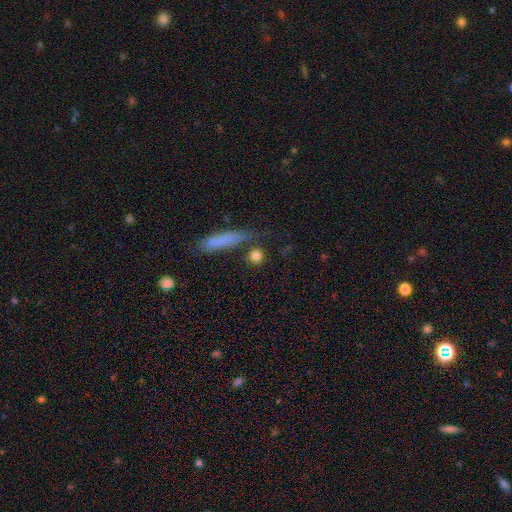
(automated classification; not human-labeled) smooth-or-featured: smooth: 81% | star or artifact: 10% | featured or disk: 8%
  how-rounded: round: 77% | in between: 13% | cigar-shaped: 9%
  merging: none: 75% | minor disturbance: 10% | merger: 10% | major disturbance: 5%